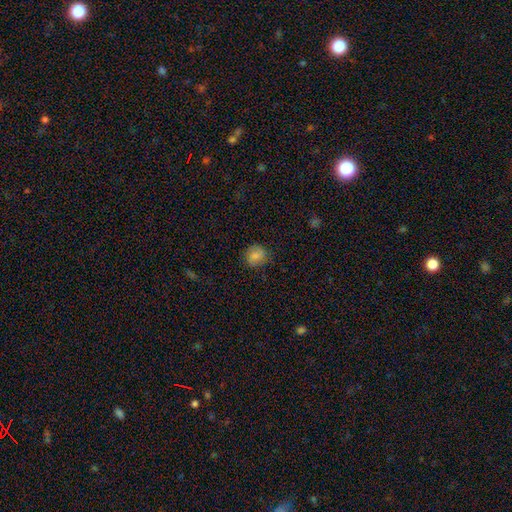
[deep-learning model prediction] The model was most divided on "how rounded": round: 84%, in between: 15%, cigar-shaped: 1%. More confident: merging — none (84%); smooth or featured — smooth (81%).